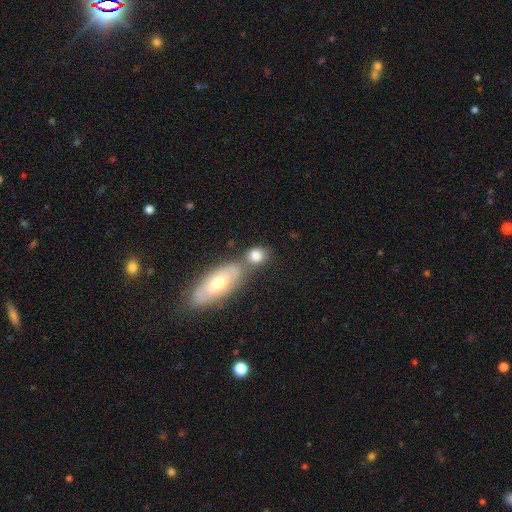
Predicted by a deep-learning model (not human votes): smooth_or_featured: smooth (p=0.78) [alt: featured or disk p=0.14]
how_rounded: in between (p=0.51) [alt: round p=0.44]
merging: none (p=0.46) [alt: merger p=0.37]